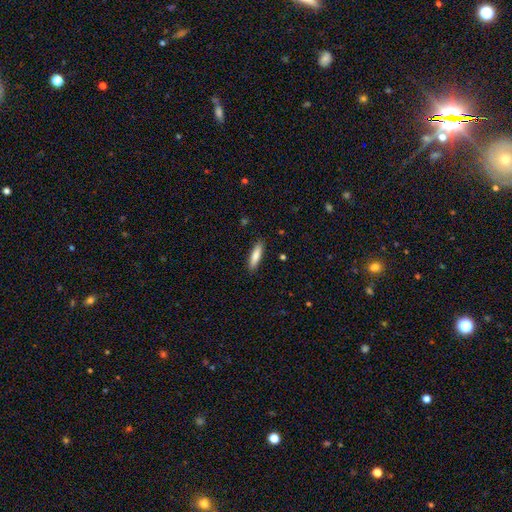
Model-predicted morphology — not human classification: Smooth or featured?
  - smooth: 80% *
  - featured or disk: 15%
  - star or artifact: 6%
How rounded?
  - cigar-shaped: 73% *
  - in between: 26%
  - round: 1%
Merging?
  - none: 89% *
  - minor disturbance: 8%
  - major disturbance: 2%
  - merger: 1%